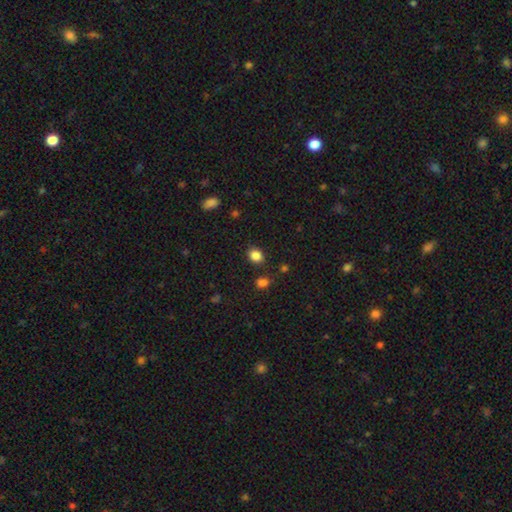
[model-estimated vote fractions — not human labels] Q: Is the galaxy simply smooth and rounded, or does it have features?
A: smooth — 85%.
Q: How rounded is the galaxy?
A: round — 51%.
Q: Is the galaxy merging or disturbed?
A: none — 82%.